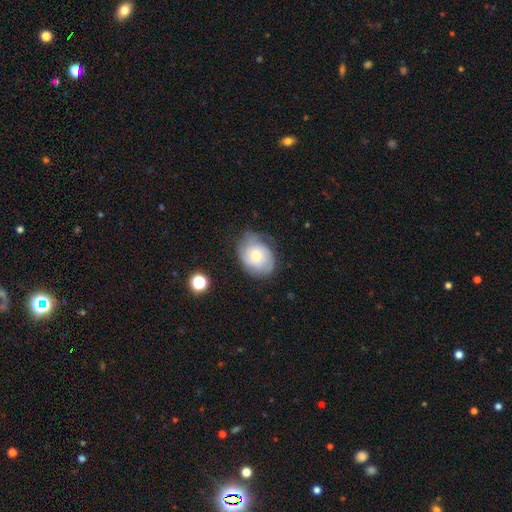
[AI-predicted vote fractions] smooth_or_featured: featured or disk (p=0.54) [alt: smooth p=0.38]
disk_edge_on: no (p=0.97) [alt: yes p=0.03]
bar: no (p=0.79) [alt: weak p=0.18]
has_spiral_arms: yes (p=0.86) [alt: no p=0.14]
bulge_size: small (p=0.50) [alt: moderate p=0.42]
merging: none (p=0.66) [alt: minor disturbance p=0.24]